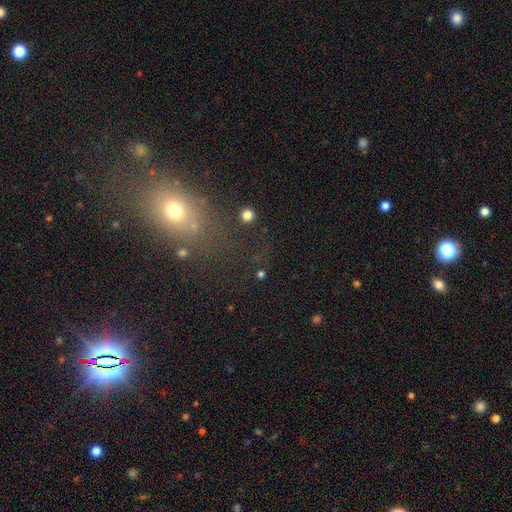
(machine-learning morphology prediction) Smooth or featured? Predicted: smooth (p=0.46). Merging? Predicted: none (p=0.72).